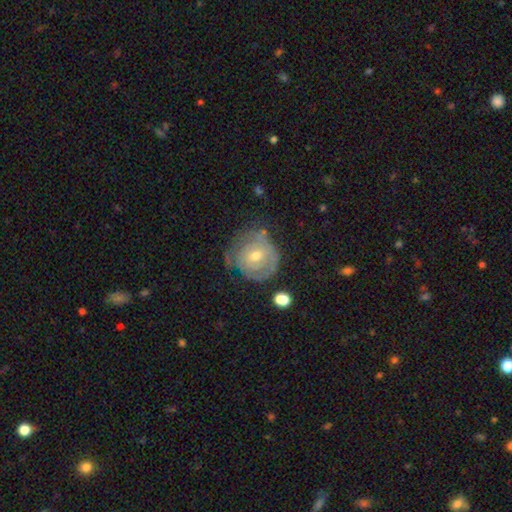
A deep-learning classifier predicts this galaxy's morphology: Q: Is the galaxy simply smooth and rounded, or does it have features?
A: featured or disk — 64%.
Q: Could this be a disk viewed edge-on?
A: no — 97%.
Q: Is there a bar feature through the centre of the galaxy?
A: no — 69%.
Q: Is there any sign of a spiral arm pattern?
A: yes — 73%.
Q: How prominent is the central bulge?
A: moderate — 58%.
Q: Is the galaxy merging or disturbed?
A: none — 54%.